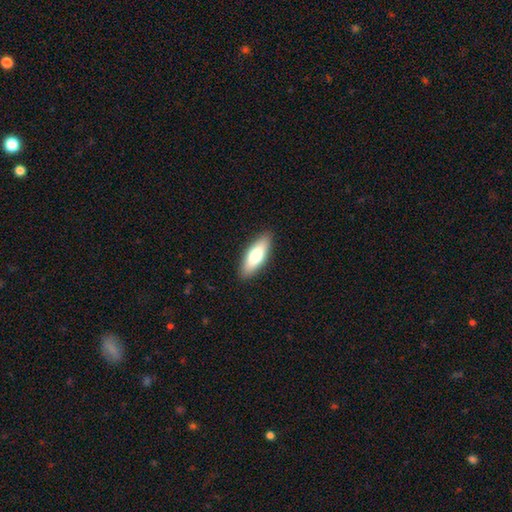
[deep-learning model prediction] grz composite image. It shows a smooth galaxy with no disk features (70%) that is in between round and cigar-shaped (62%). Merging: none (89%).